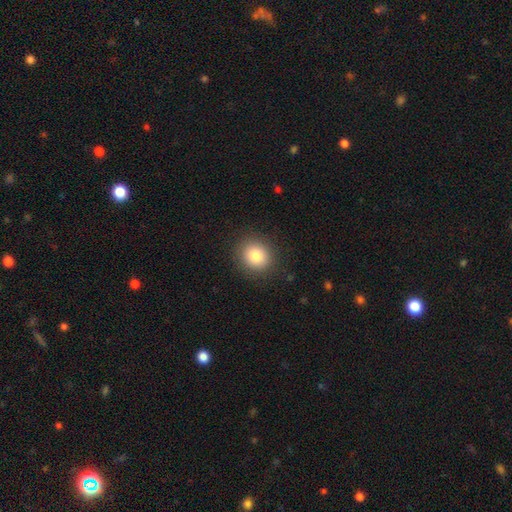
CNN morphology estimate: Smooth or featured? smooth (83%)
How rounded? round (79%)
Merging? none (89%)